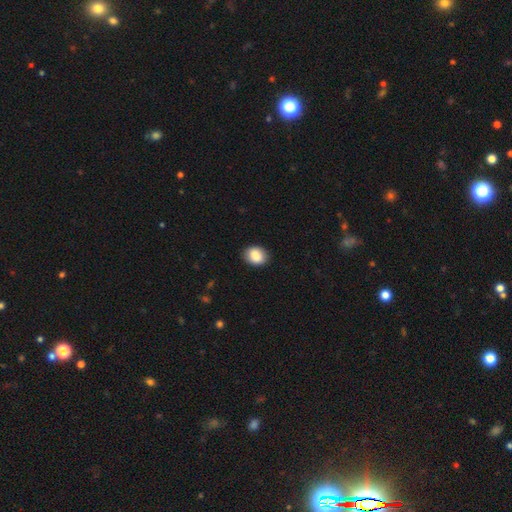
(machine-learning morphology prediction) Smooth or featured? smooth (87%)
How rounded? in between (58%)
Merging? none (87%)